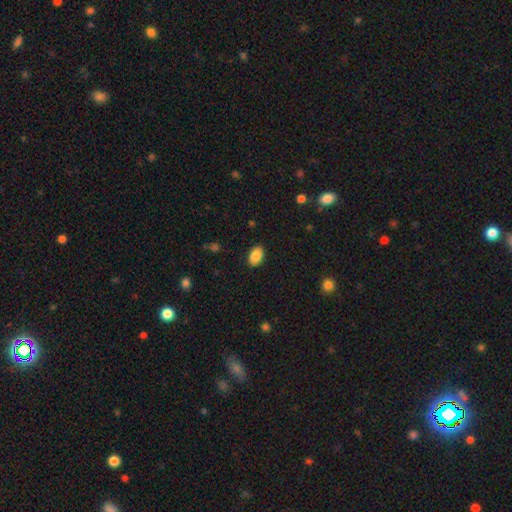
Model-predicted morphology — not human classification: type=smooth (88%); roundness=in between (89%); merging=none (89%).